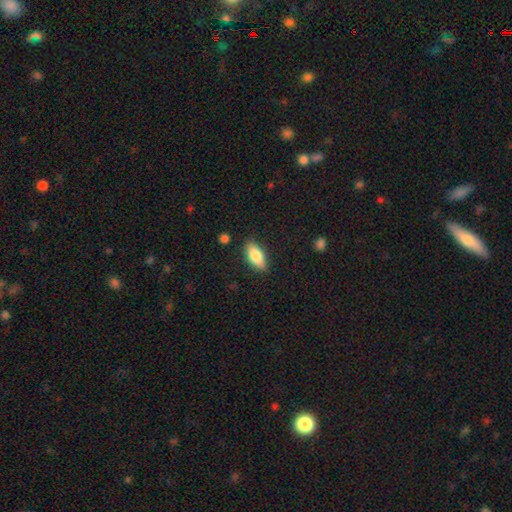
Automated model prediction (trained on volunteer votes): Smooth or featured?
  - smooth: 80% *
  - featured or disk: 13%
  - star or artifact: 7%
How rounded?
  - in between: 84% *
  - cigar-shaped: 13%
  - round: 3%
Merging?
  - none: 86% *
  - minor disturbance: 10%
  - major disturbance: 2%
  - merger: 2%